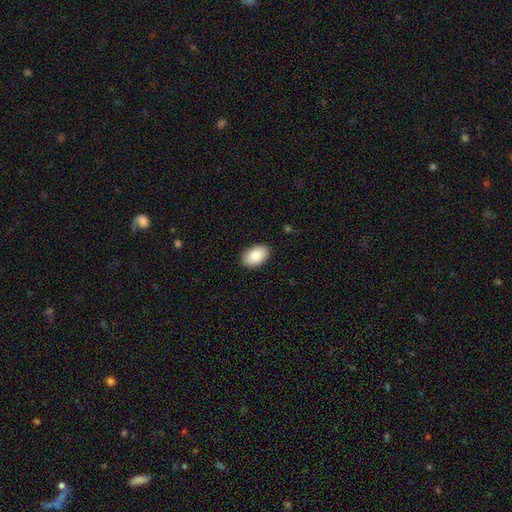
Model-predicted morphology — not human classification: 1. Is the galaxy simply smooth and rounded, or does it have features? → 86% smooth, 8% featured or disk, 7% star or artifact.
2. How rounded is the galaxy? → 92% in between, 7% round, 1% cigar-shaped.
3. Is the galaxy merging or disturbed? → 89% none, 8% minor disturbance, 2% major disturbance, 1% merger.